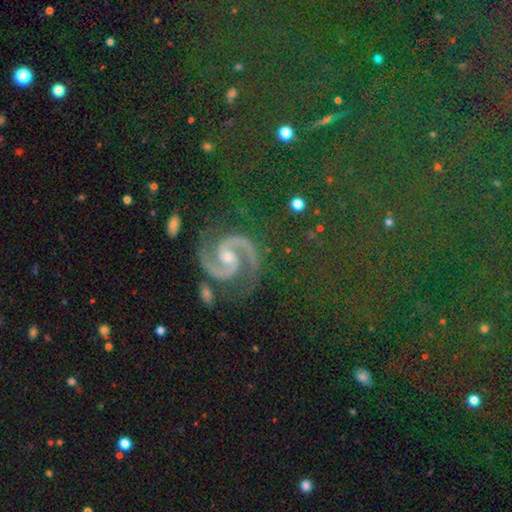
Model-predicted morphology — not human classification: Overall: featured or disk (68%). Edge-on disk: no (96%). Bar: no (45%; weak 36%). Spiral arms: yes (96%). Spiral arm count: 2 (94%). Spiral winding: medium (55%; tight 30%). Bulge size: small (52%; moderate 40%). Merging: none (77%).